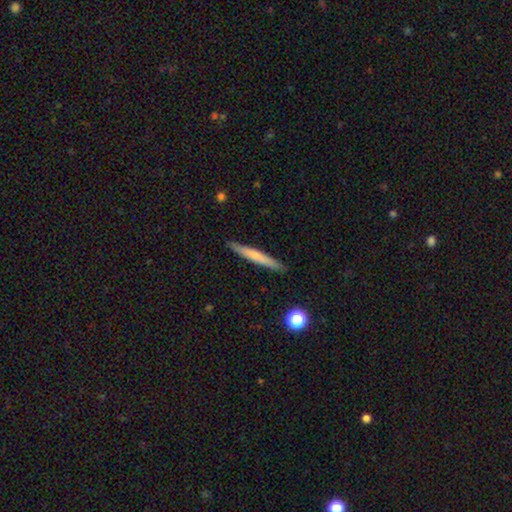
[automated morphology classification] Smooth or featured?
  - smooth: 59% *
  - featured or disk: 36%
  - star or artifact: 6%
How rounded?
  - cigar-shaped: 96% *
  - in between: 3%
  - round: 1%
Merging?
  - none: 90% *
  - minor disturbance: 8%
  - major disturbance: 1%
  - merger: 1%